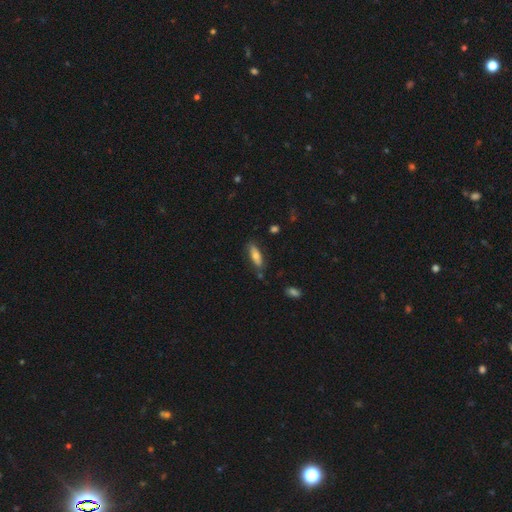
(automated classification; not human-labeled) The model was most divided on "how rounded": in between: 52%, cigar-shaped: 46%, round: 2%. More confident: merging — none (75%); smooth or featured — smooth (71%).